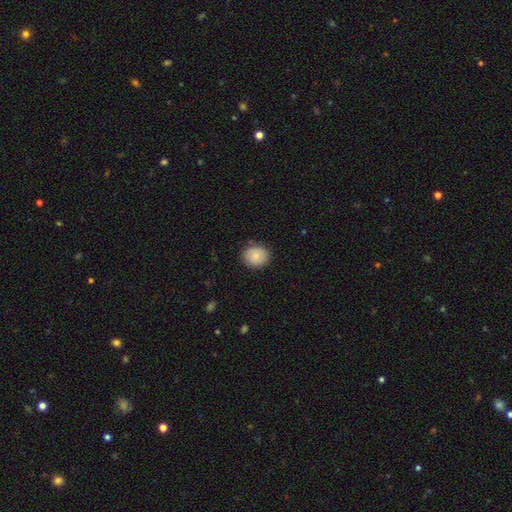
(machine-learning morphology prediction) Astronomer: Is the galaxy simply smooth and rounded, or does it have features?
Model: smooth — 80%.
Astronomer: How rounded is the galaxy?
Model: round — 62%.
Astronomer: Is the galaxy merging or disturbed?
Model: none — 84%.